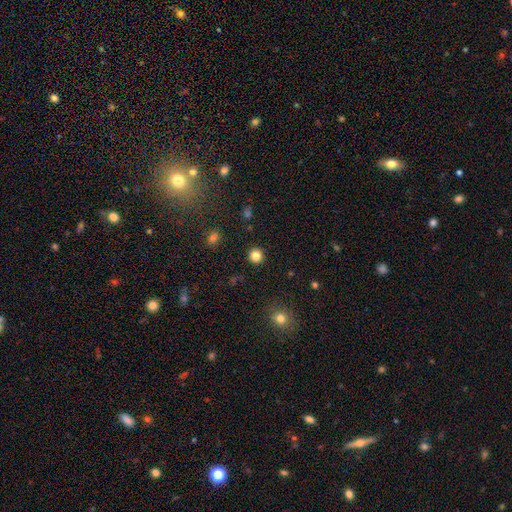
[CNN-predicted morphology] Smooth or featured?
  - smooth: 84% *
  - star or artifact: 12%
  - featured or disk: 5%
How rounded?
  - round: 94% *
  - in between: 5%
  - cigar-shaped: 1%
Merging?
  - none: 92% *
  - minor disturbance: 5%
  - major disturbance: 2%
  - merger: 1%